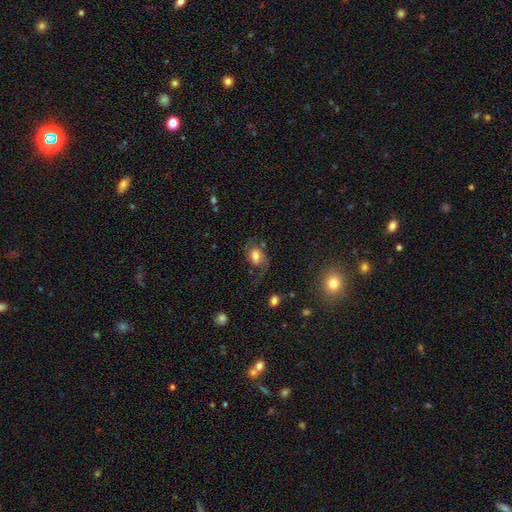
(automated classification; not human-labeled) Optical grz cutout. It shows a smooth galaxy with no disk features (51%) that is in between round and cigar-shaped (78%). Merging: none (44%).